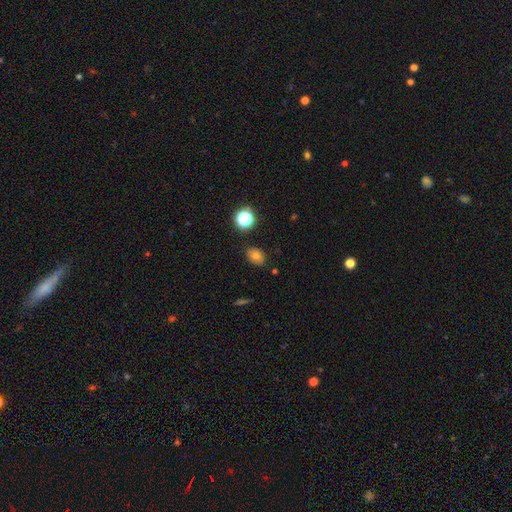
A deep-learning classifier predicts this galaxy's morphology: smooth-or-featured: smooth: 72% | star or artifact: 16% | featured or disk: 13%
  how-rounded: in between: 67% | round: 32% | cigar-shaped: 1%
  merging: none: 81% | minor disturbance: 14% | major disturbance: 3% | merger: 2%